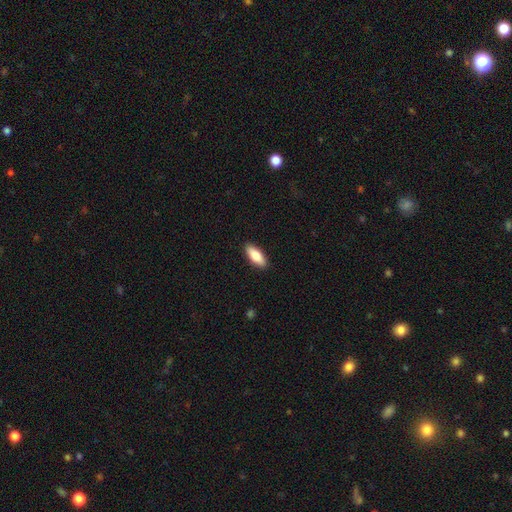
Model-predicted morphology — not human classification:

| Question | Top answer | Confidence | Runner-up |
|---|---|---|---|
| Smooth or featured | smooth | 80% | featured or disk (15%) |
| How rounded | in between | 75% | cigar-shaped (23%) |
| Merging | none | 90% | minor disturbance (7%) |